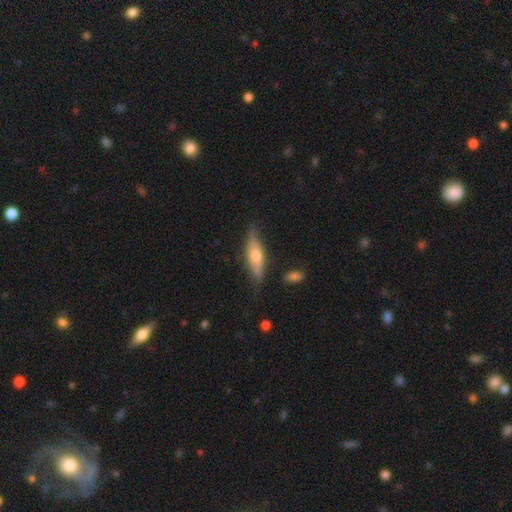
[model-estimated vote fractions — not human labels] Smooth or featured: smooth — 48% (featured or disk — 45%)
Merging: none — 80% (minor disturbance — 15%)